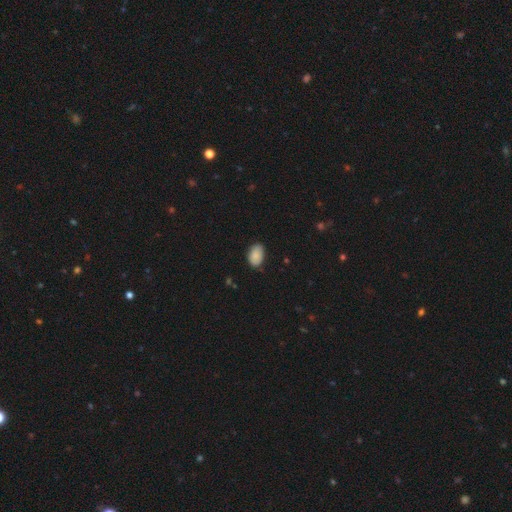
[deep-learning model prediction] smooth_or_featured: smooth (p=0.86) [alt: star or artifact p=0.07]
how_rounded: in between (p=0.90) [alt: round p=0.09]
merging: none (p=0.77) [alt: minor disturbance p=0.19]